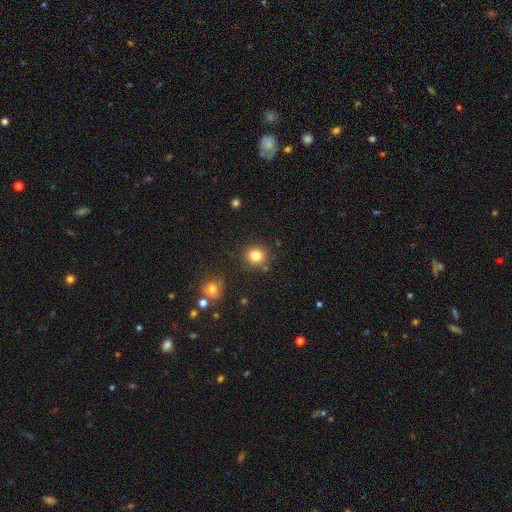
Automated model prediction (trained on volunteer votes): Smooth or featured: smooth — 82% (star or artifact — 12%)
How rounded: round — 89% (in between — 10%)
Merging: none — 85% (minor disturbance — 8%)